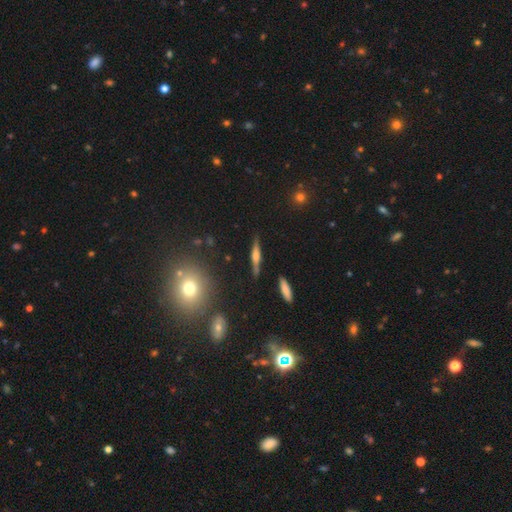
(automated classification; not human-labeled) A featured or disk galaxy (61%) viewed edge-on (95%) with a rounded central bulge (74%). Merging: none (84%).